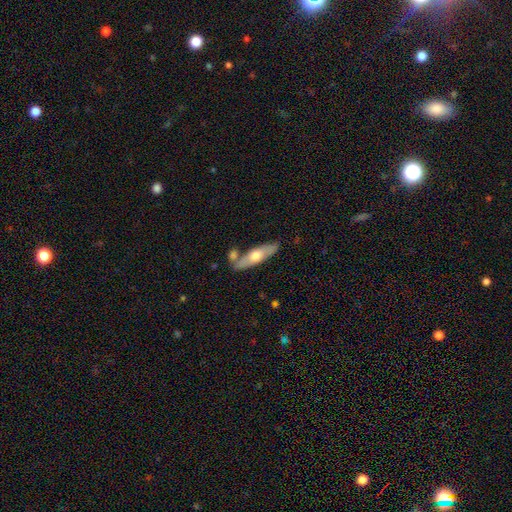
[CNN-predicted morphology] A featured or disk galaxy (50%).

Vote fractions:
- Smooth or featured? featured or disk: 50% / smooth: 45% / star or artifact: 5%
- Merging? none: 73% / minor disturbance: 13% / merger: 11% / major disturbance: 3%